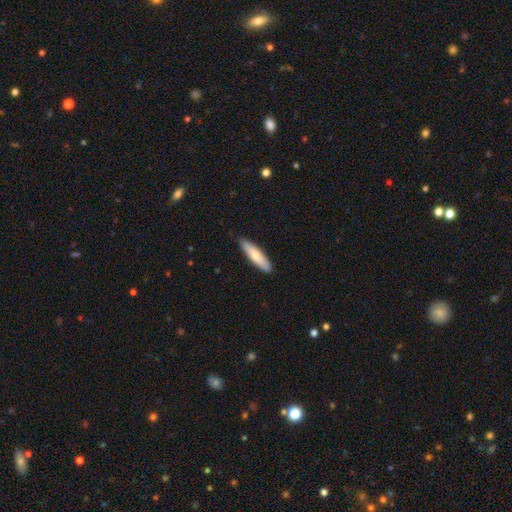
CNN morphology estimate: smooth_or_featured: smooth (p=0.73) [alt: featured or disk p=0.21]
how_rounded: cigar-shaped (p=0.78) [alt: in between p=0.21]
merging: none (p=0.90) [alt: minor disturbance p=0.08]